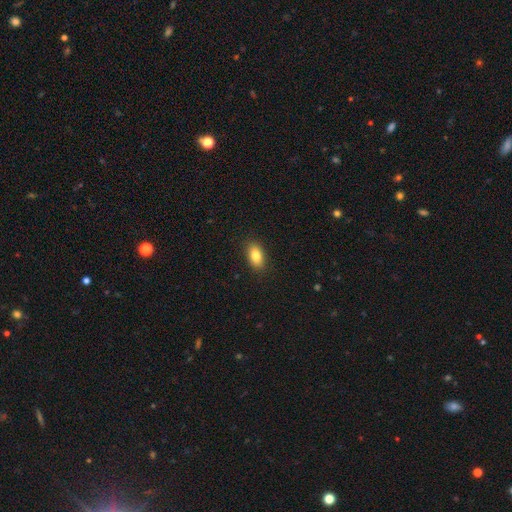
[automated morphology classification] Smooth or featured: smooth — 84% (featured or disk — 8%)
How rounded: in between — 90% (round — 7%)
Merging: none — 89% (minor disturbance — 8%)